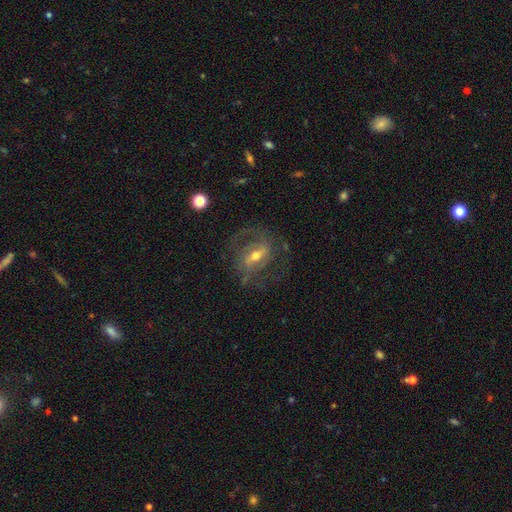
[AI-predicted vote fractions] Overall: featured or disk (79%). Edge-on disk: no (94%). Bar: strong (42%, tied with weak). Spiral arms: yes (85%). Spiral arm count: 2 (70%). Spiral winding: medium (50%; loose 25%). Bulge size: moderate (62%; small 30%). Merging: none (62%).